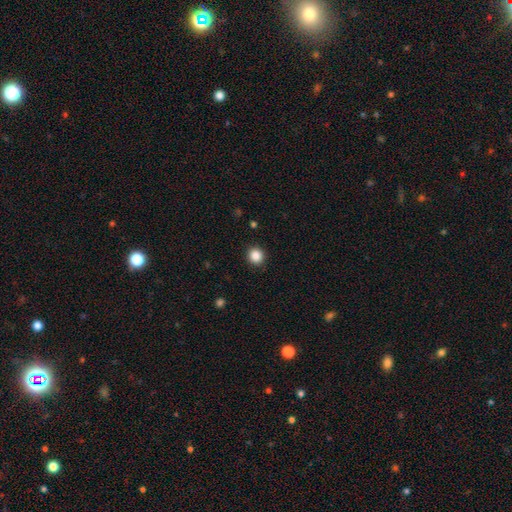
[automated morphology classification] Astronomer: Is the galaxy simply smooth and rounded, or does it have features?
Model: smooth — 87%.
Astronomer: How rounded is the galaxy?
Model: round — 90%.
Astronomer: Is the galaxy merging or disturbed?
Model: none — 92%.